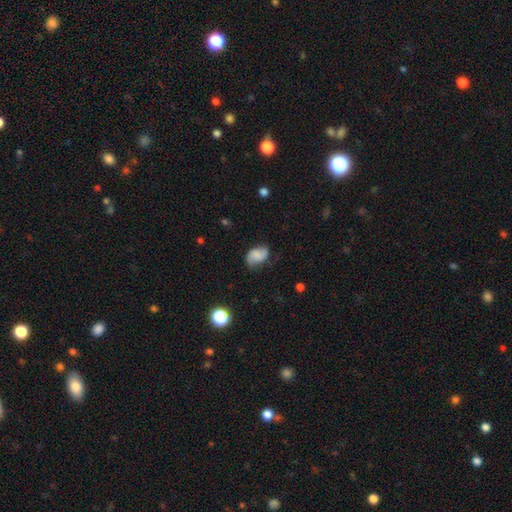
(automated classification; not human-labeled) This is possibly a smooth galaxy (49%). Merging: likely none (64%).